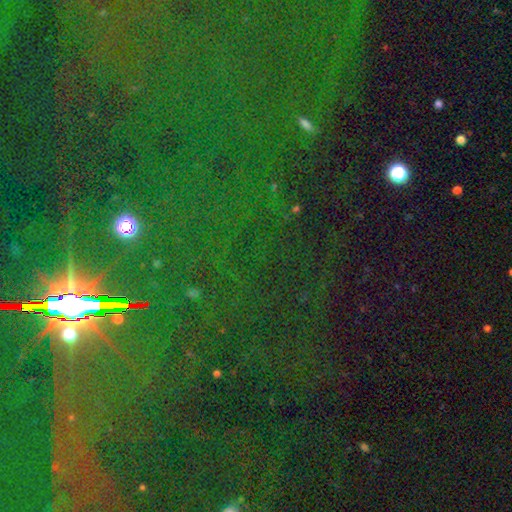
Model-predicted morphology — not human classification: Smooth or featured: star or artifact — 82% (smooth — 11%)